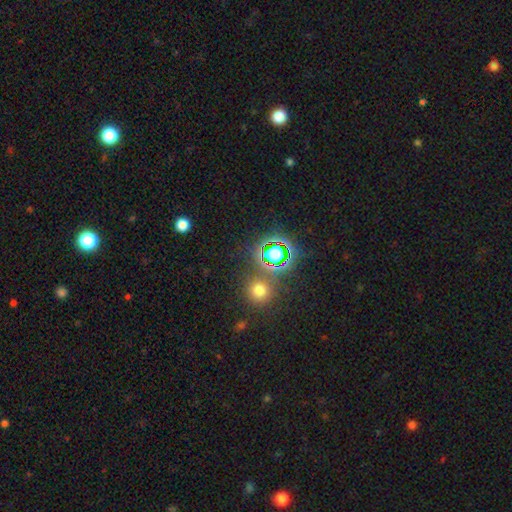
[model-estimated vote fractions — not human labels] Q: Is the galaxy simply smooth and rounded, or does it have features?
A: star or artifact — 61%.